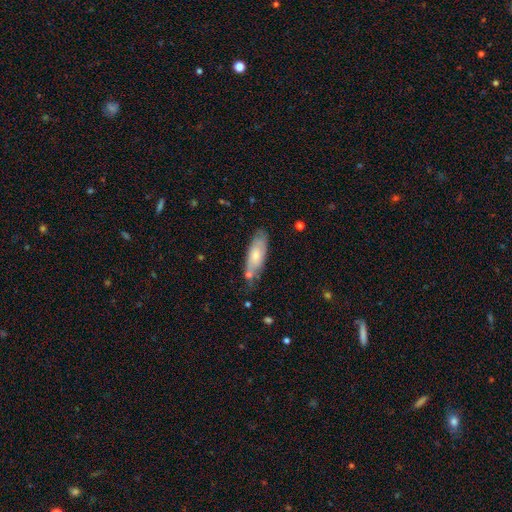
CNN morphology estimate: smooth_or_featured: smooth (p=0.64) [alt: featured or disk p=0.30]
how_rounded: in between (p=0.62) [alt: cigar-shaped p=0.36]
merging: none (p=0.57) [alt: minor disturbance p=0.27]